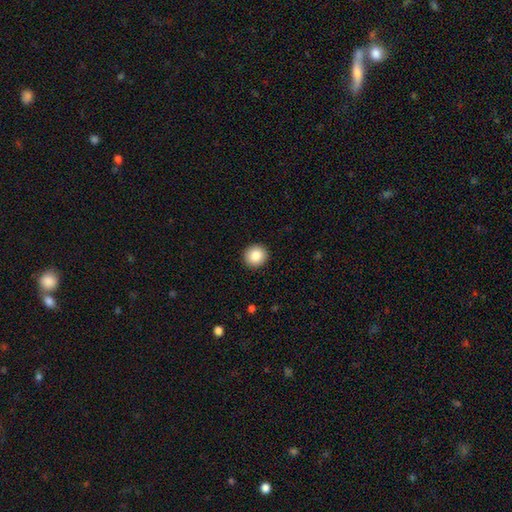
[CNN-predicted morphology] This appears to be a smooth galaxy with no disk features (86%) that is round (93%). Merging: none (93%).